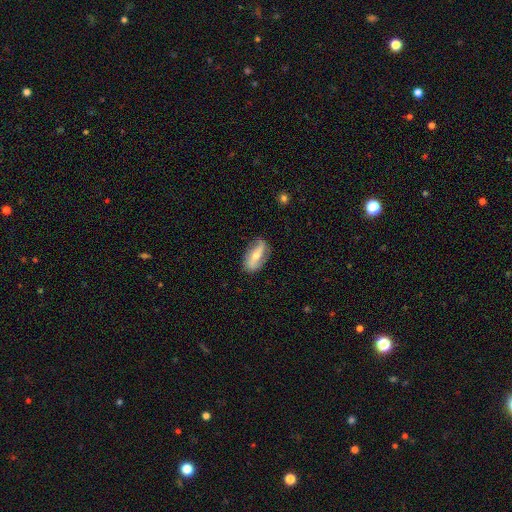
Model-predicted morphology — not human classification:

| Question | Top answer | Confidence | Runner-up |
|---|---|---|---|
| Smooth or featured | featured or disk | 63% | smooth (31%) |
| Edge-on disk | no | 86% | yes (14%) |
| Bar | strong | 48% | no (27%) |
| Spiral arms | yes | 75% | no (25%) |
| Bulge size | moderate | 53% | small (42%) |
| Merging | none | 78% | minor disturbance (16%) |